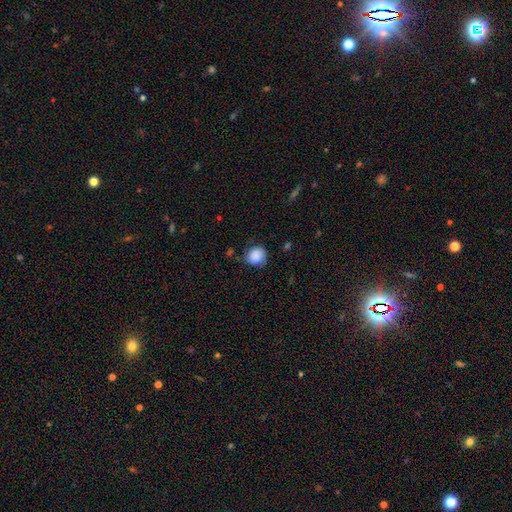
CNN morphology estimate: The model was most divided on "merging": none: 68%, minor disturbance: 24%, major disturbance: 6%, merger: 2%. More confident: smooth or featured — smooth (84%); how rounded — round (78%).